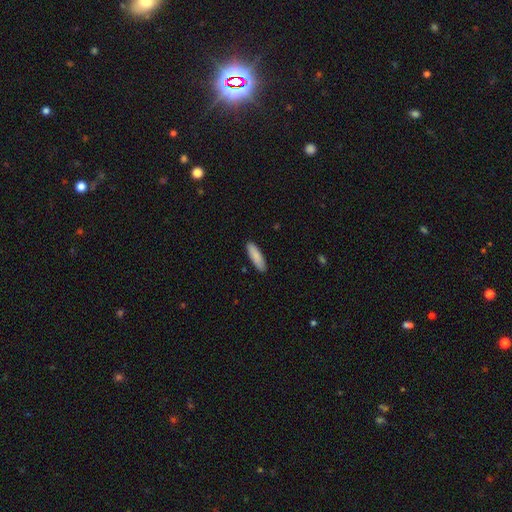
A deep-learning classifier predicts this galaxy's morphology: Smooth or featured?
  - smooth: 87% *
  - featured or disk: 8%
  - star or artifact: 5%
How rounded?
  - cigar-shaped: 58% *
  - in between: 41%
  - round: 1%
Merging?
  - none: 90% *
  - minor disturbance: 8%
  - major disturbance: 2%
  - merger: 1%